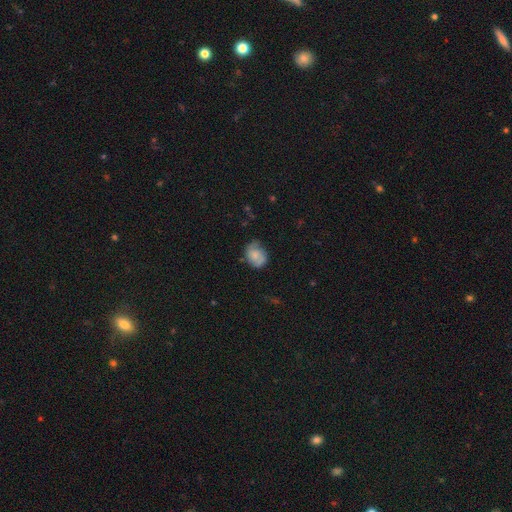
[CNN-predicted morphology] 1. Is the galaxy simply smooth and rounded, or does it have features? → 57% smooth, 35% featured or disk, 8% star or artifact.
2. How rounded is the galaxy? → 56% in between, 43% round, 1% cigar-shaped.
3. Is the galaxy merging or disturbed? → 59% none, 30% minor disturbance, 9% major disturbance, 2% merger.